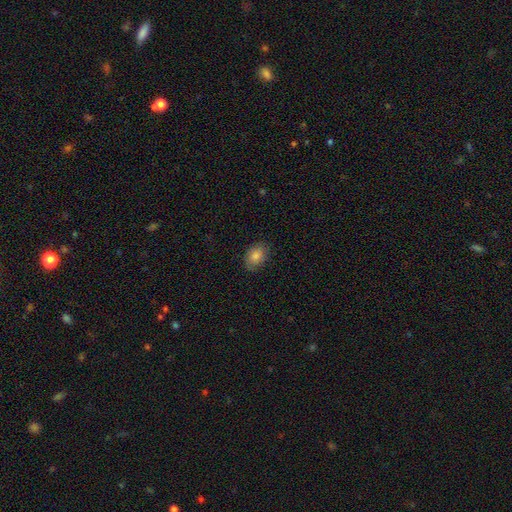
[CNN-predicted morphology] A smooth galaxy with no disk features (82%) that is in between round and cigar-shaped (77%).

Vote fractions:
- Smooth or featured? smooth: 82% / featured or disk: 9% / star or artifact: 9%
- How rounded? in between: 77% / round: 21% / cigar-shaped: 1%
- Merging? none: 82% / minor disturbance: 14% / major disturbance: 3% / merger: 1%